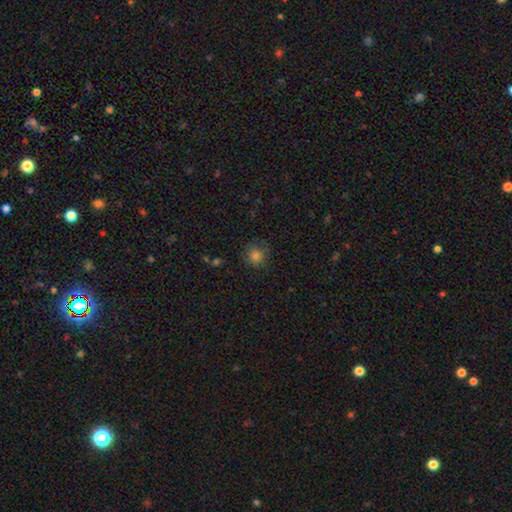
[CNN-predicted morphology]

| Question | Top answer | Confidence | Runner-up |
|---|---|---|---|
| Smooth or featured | smooth | 78% | star or artifact (15%) |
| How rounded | round | 91% | in between (8%) |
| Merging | none | 80% | minor disturbance (14%) |